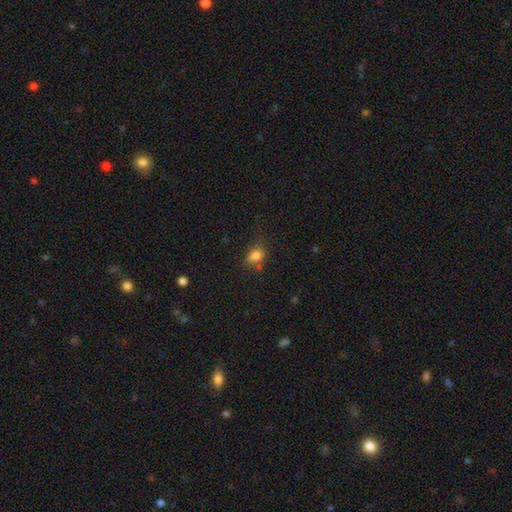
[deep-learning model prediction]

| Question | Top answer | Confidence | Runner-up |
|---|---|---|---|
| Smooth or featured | smooth | 79% | star or artifact (12%) |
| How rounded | in between | 64% | round (34%) |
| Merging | none | 49% | minor disturbance (28%) |